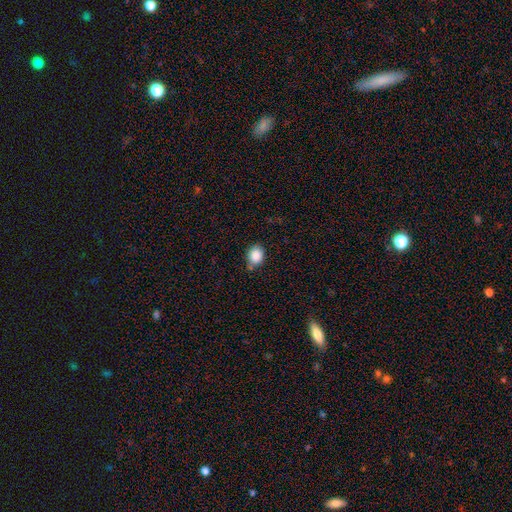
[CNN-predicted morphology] This appears to be a smooth galaxy with no disk features (87%) that is in between round and cigar-shaped (51%). Merging: none (70%).